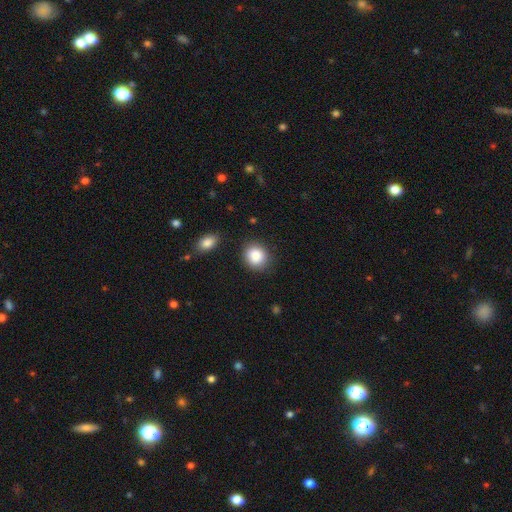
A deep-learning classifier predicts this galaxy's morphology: smooth 88%, star or artifact 8%, featured or disk 4%. Down the decision tree: how rounded — round (76%); merging — none (84%).